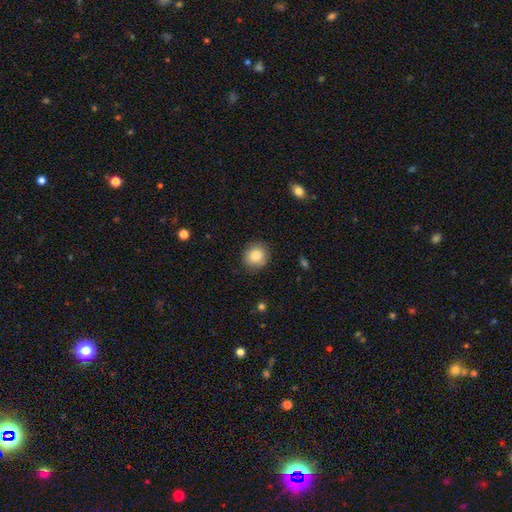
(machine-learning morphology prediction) Smooth or featured? smooth (82%)
How rounded? round (88%)
Merging? none (87%)